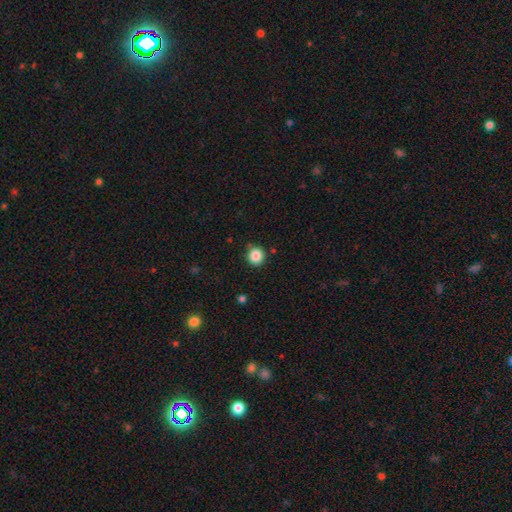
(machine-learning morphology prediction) Smooth or featured? Predicted: smooth (p=0.86). How rounded? Predicted: round (p=0.92). Merging? Predicted: none (p=0.87).